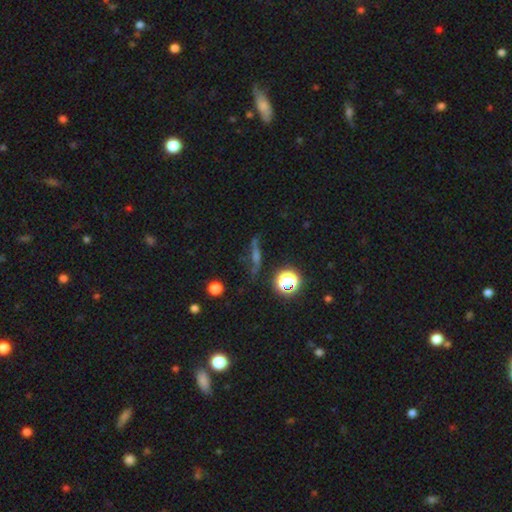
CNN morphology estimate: Smooth or featured? featured or disk (41%)
Merging? none (71%)